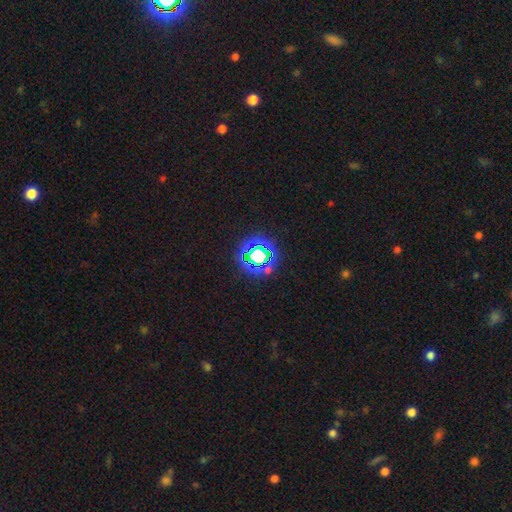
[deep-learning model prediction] The model was most divided on "smooth or featured": star or artifact: 66%, smooth: 22%, featured or disk: 13%.